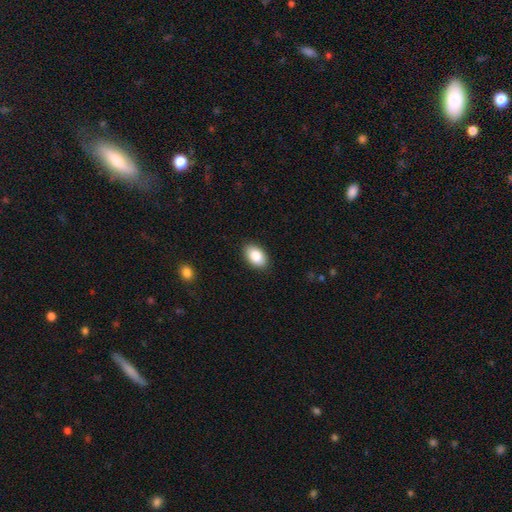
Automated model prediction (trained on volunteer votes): A smooth galaxy with no disk features (85%) that is in between round and cigar-shaped (92%). Merging: none (89%).